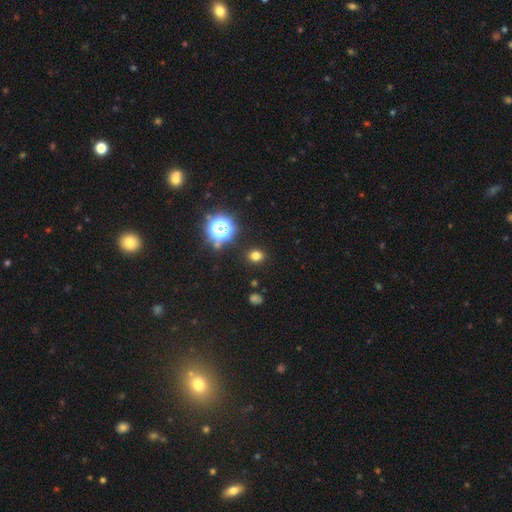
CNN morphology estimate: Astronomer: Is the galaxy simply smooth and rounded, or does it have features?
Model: smooth — 73%.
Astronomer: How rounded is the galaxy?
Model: round — 62%.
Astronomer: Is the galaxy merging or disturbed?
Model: none — 88%.